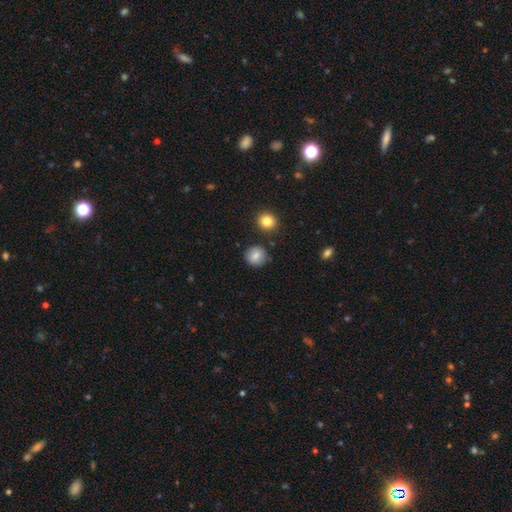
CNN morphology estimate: This is clearly a smooth galaxy (83%). How rounded: clearly round (90%). Merging: clearly none (85%).